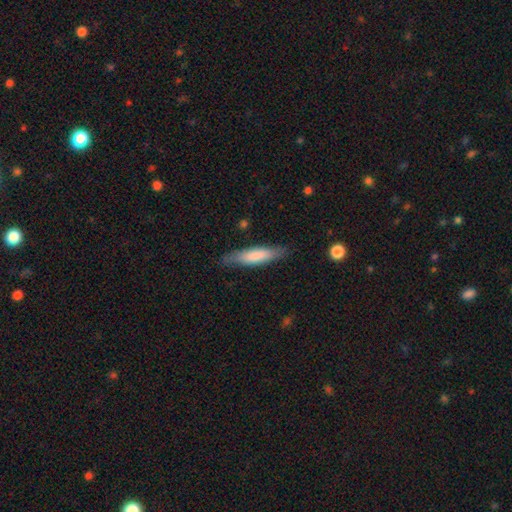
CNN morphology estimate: Smooth or featured: smooth — 74% (featured or disk — 21%)
How rounded: cigar-shaped — 77% (in between — 22%)
Merging: none — 82% (minor disturbance — 14%)